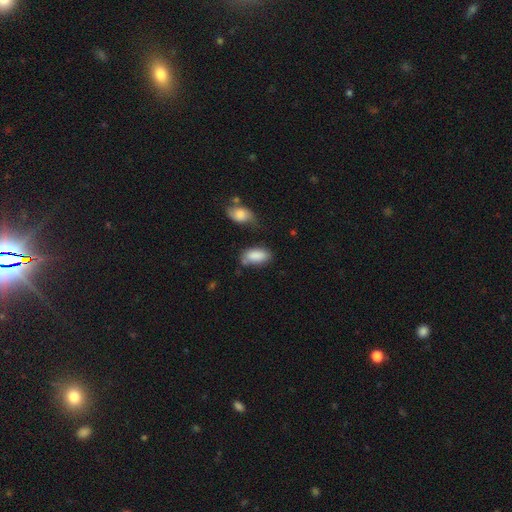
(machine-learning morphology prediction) The model was most divided on "merging": none: 61%, minor disturbance: 24%, merger: 9%, major disturbance: 7%. More confident: how rounded — in between (93%); smooth or featured — smooth (86%).